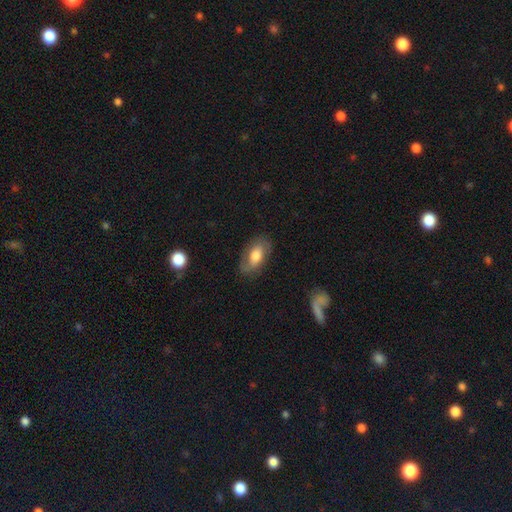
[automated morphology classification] Overall: smooth (55%; featured or disk 38%). How rounded: in between (90%). Merging: none (76%).